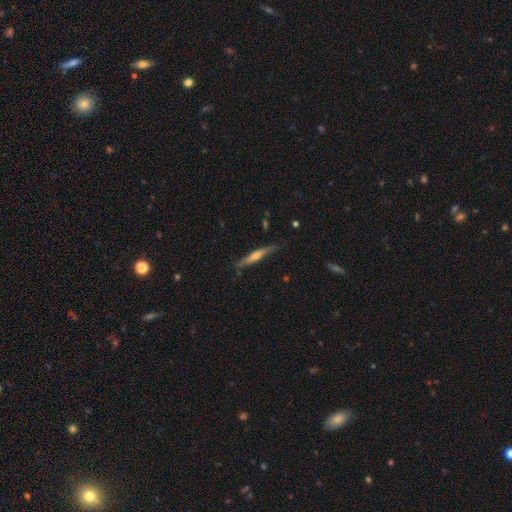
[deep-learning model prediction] smooth_or_featured: featured or disk (p=0.64) [alt: smooth p=0.30]
disk_edge_on: yes (p=0.96) [alt: no p=0.04]
edge_on_bulge: rounded (p=0.81) [alt: none p=0.15]
merging: none (p=0.82) [alt: minor disturbance p=0.14]